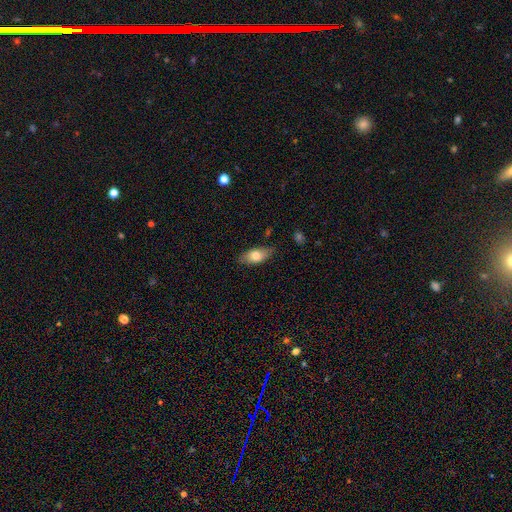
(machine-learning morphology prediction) smooth 74%, featured or disk 19%, star or artifact 6%. Down the decision tree: how rounded — in between (88%); merging — none (81%).